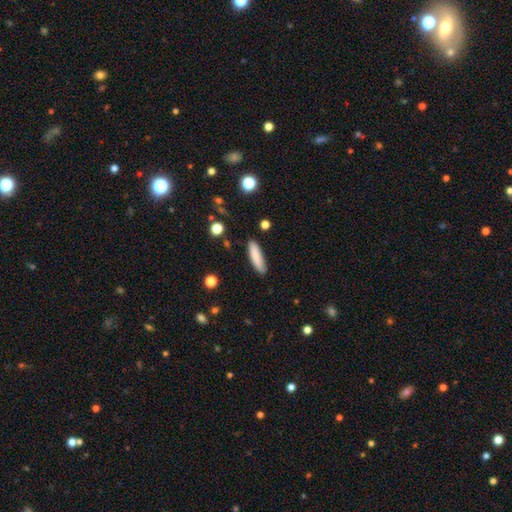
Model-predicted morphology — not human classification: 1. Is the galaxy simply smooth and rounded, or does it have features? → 85% smooth, 8% featured or disk, 7% star or artifact.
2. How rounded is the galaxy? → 71% cigar-shaped, 27% in between, 1% round.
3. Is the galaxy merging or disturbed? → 86% none, 10% minor disturbance, 2% major disturbance, 2% merger.